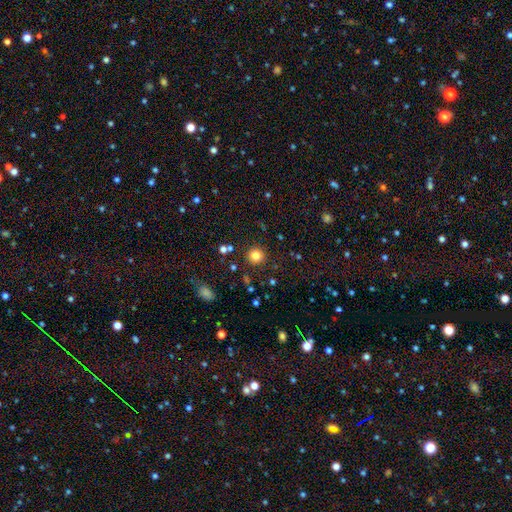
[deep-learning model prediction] The model was most divided on "smooth or featured": smooth: 81%, star or artifact: 13%, featured or disk: 6%. More confident: how rounded — round (92%); merging — none (88%).